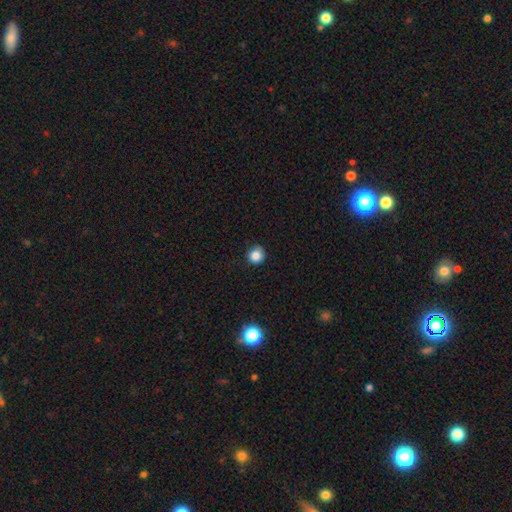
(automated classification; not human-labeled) This is clearly a smooth galaxy (84%). How rounded: clearly round (93%). Merging: clearly none (83%).